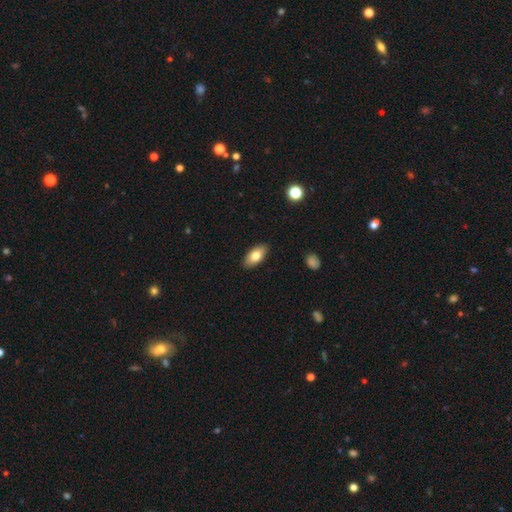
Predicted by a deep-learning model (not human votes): Smooth or featured? smooth (78%)
How rounded? in between (91%)
Merging? none (89%)